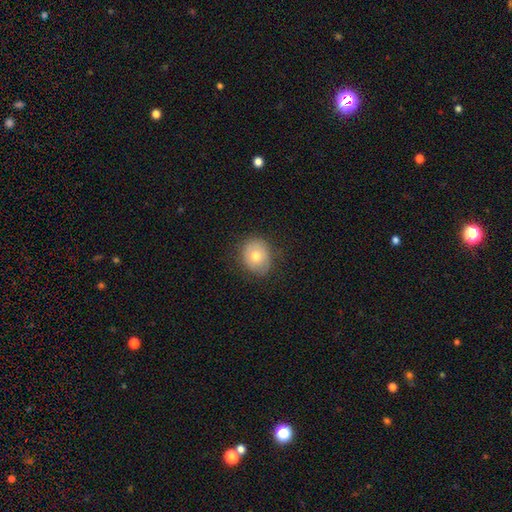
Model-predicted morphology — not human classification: smooth_or_featured: smooth (p=0.67) [alt: featured or disk p=0.24]
how_rounded: round (p=0.64) [alt: in between p=0.35]
merging: none (p=0.80) [alt: minor disturbance p=0.15]